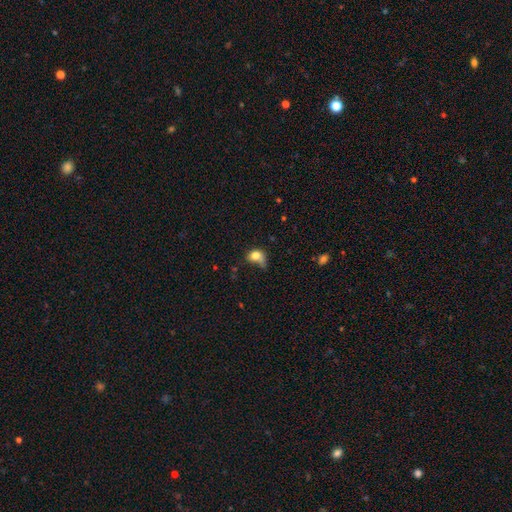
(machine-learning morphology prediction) Smooth or featured? Predicted: smooth (p=0.77). How rounded? Predicted: in between (p=0.51). Merging? Predicted: minor disturbance (p=0.30, tied with none).